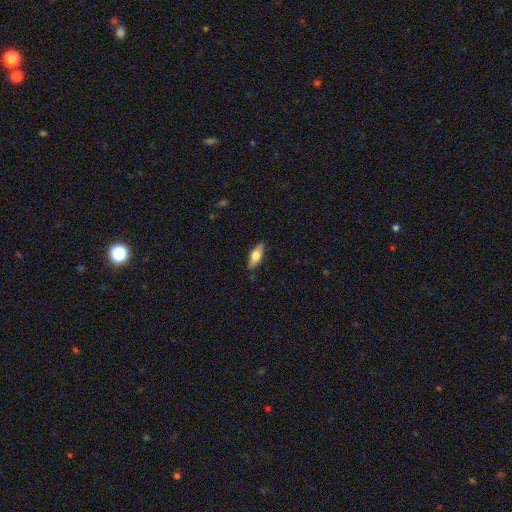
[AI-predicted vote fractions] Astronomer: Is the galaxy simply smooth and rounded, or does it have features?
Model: smooth — 65%.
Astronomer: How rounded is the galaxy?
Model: in between — 67%.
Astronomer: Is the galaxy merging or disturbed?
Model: none — 87%.